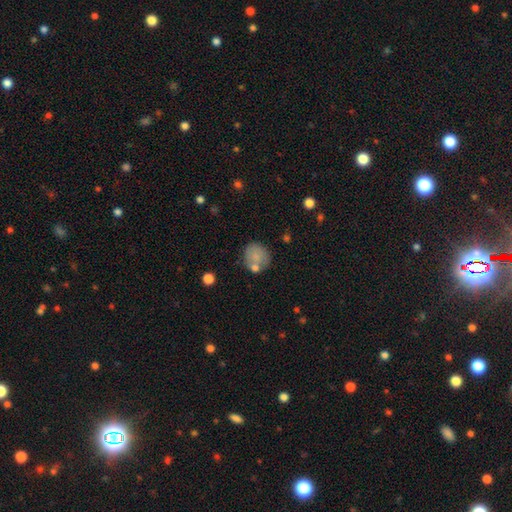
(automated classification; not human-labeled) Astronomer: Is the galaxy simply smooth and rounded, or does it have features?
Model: smooth — 76%.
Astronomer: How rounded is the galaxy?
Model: round — 80%.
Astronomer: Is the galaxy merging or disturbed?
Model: none — 63%.